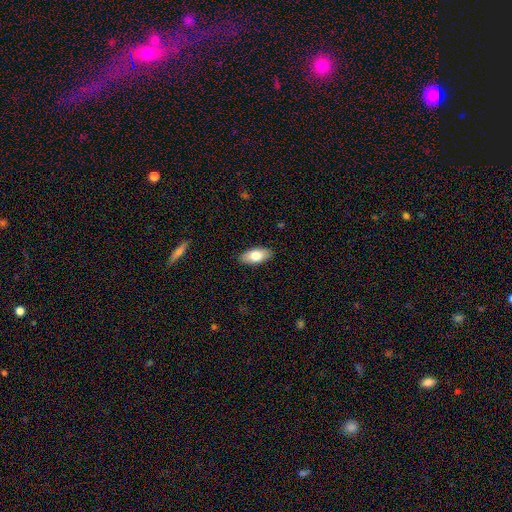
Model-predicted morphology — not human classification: Smooth or featured: smooth — 77% (featured or disk — 17%)
How rounded: in between — 90% (cigar-shaped — 7%)
Merging: none — 89% (minor disturbance — 9%)